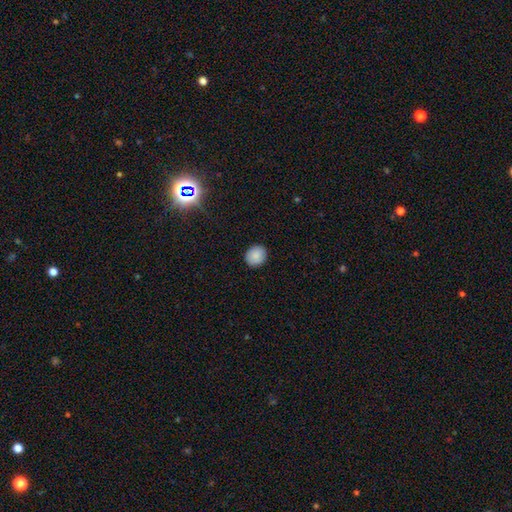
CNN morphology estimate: Smooth or featured: smooth — 86% (star or artifact — 9%)
How rounded: round — 74% (in between — 25%)
Merging: none — 90% (minor disturbance — 7%)